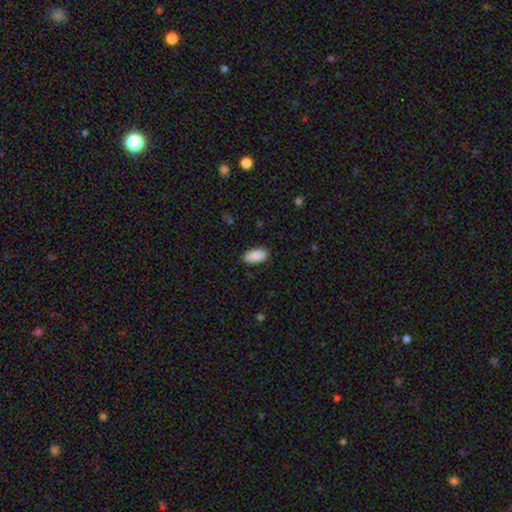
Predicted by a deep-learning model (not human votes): Smooth or featured? smooth (90%)
How rounded? in between (94%)
Merging? none (87%)